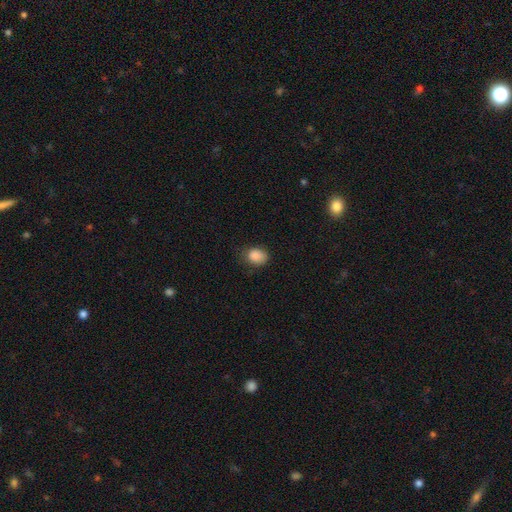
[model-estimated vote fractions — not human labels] Morphology: type=smooth (87%); roundness=in between (56%); merging=none (68%).